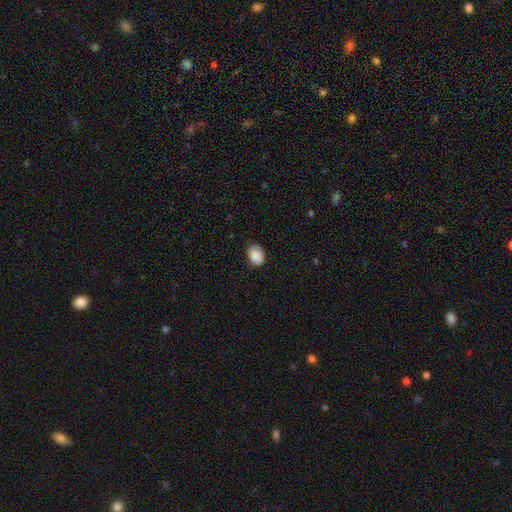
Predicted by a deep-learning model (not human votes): Morphology: type=smooth (89%); roundness=in between (74%); merging=none (73%).